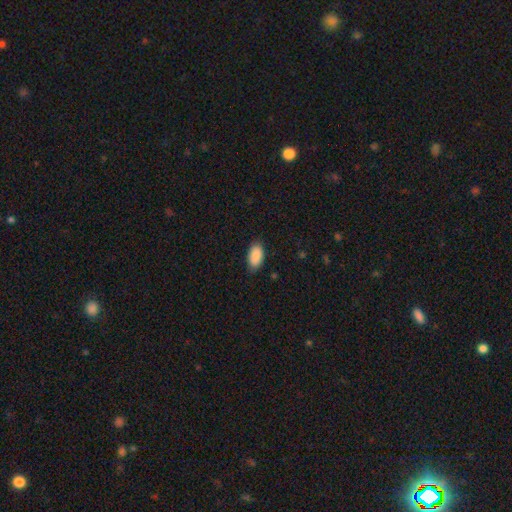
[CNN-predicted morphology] This is clearly a smooth galaxy (91%). How rounded: clearly in between (94%). Merging: clearly none (84%).